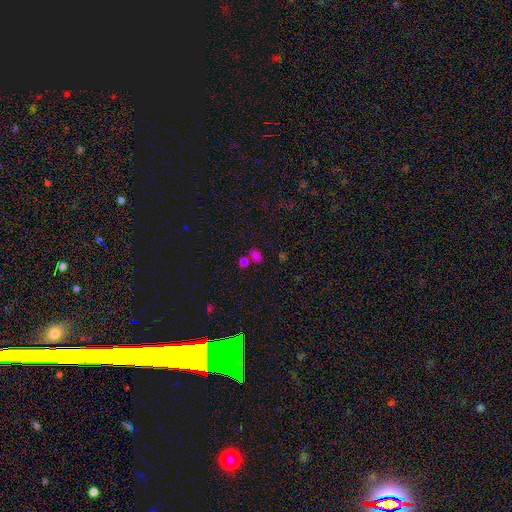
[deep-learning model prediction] This is likely a smooth galaxy (69%). How rounded: likely in between (70%). Merging: likely none (61%).